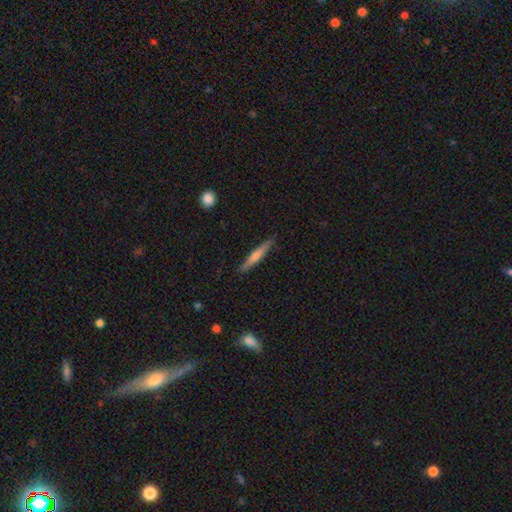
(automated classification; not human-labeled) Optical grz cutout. It shows a featured or disk galaxy (47%, tied with smooth). Merging: none (89%).